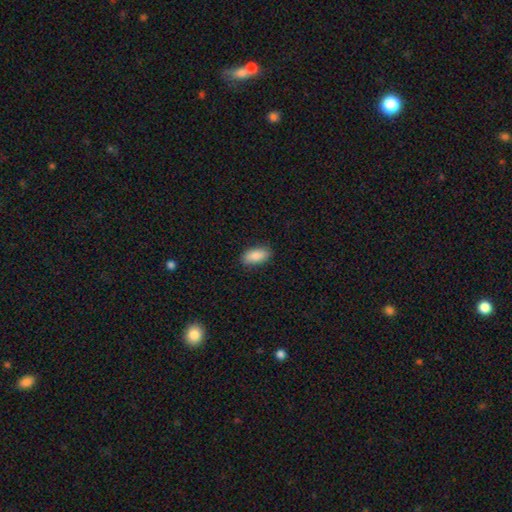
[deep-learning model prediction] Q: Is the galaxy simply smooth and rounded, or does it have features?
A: smooth — 89%.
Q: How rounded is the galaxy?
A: in between — 92%.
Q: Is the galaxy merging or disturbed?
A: none — 88%.